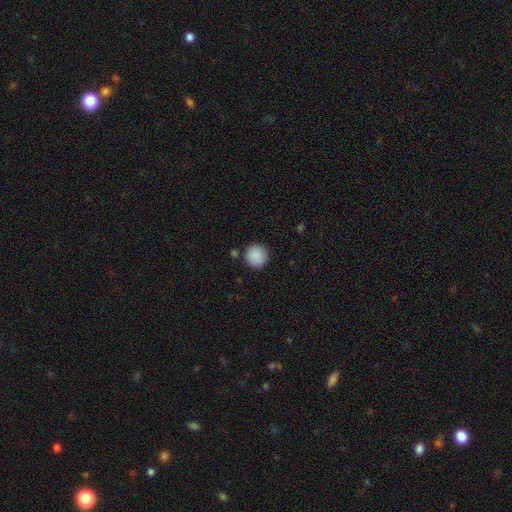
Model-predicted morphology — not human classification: Q: Smooth or featured?
A: smooth (89%); runner-up: star or artifact (8%)
Q: How rounded?
A: round (95%); runner-up: in between (4%)
Q: Merging?
A: none (89%); runner-up: minor disturbance (7%)